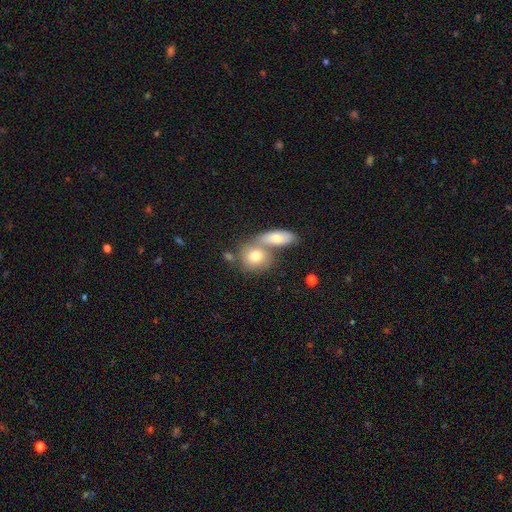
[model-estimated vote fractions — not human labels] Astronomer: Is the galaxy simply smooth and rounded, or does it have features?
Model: smooth — 74%.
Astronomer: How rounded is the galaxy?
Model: round — 53% (runner-up: in between, 44%).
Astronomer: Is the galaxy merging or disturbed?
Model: merger — 53% (runner-up: none, 35%).